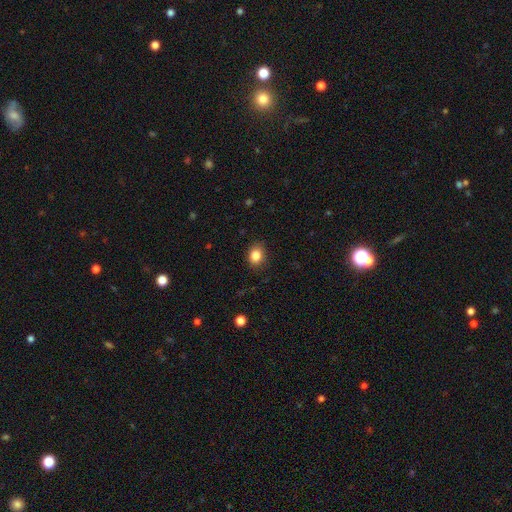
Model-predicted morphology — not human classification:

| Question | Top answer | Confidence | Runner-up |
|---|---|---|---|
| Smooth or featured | smooth | 86% | star or artifact (10%) |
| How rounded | round | 52% | in between (47%) |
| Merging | none | 84% | minor disturbance (12%) |